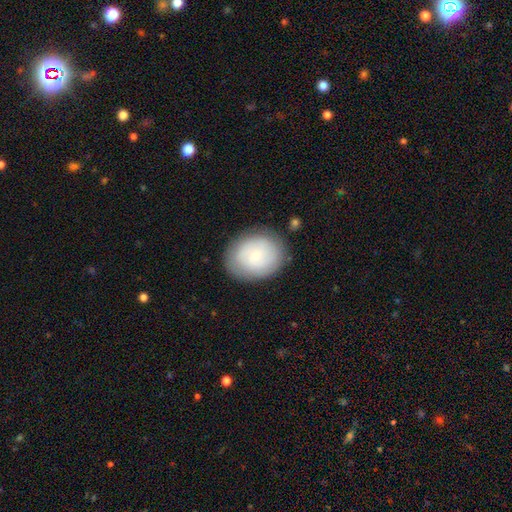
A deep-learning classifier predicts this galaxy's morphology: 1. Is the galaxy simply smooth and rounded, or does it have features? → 63% smooth, 30% featured or disk, 8% star or artifact.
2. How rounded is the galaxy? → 59% round, 40% in between, 1% cigar-shaped.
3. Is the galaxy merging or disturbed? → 80% none, 14% minor disturbance, 4% major disturbance, 2% merger.